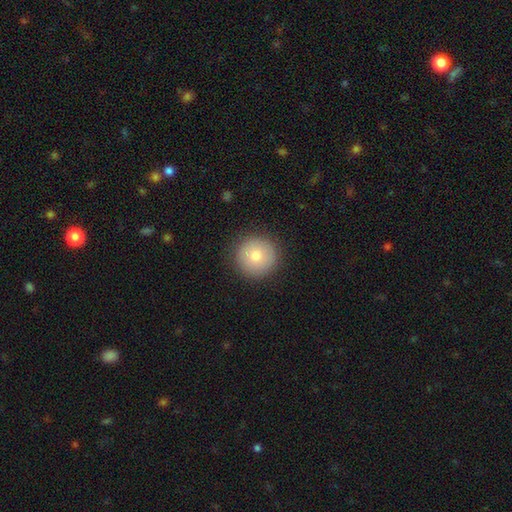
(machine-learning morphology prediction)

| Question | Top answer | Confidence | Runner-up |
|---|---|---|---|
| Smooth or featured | smooth | 78% | featured or disk (13%) |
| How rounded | round | 96% | in between (4%) |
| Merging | none | 90% | minor disturbance (7%) |